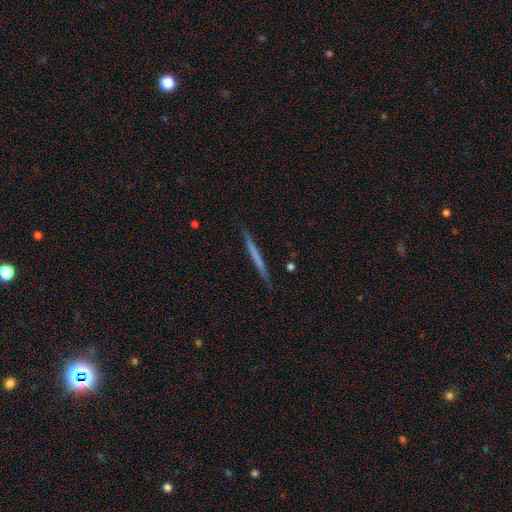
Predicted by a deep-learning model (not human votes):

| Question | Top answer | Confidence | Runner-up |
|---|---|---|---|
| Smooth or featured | smooth | 51% | featured or disk (44%) |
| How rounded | cigar-shaped | 97% | in between (2%) |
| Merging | none | 90% | minor disturbance (7%) |